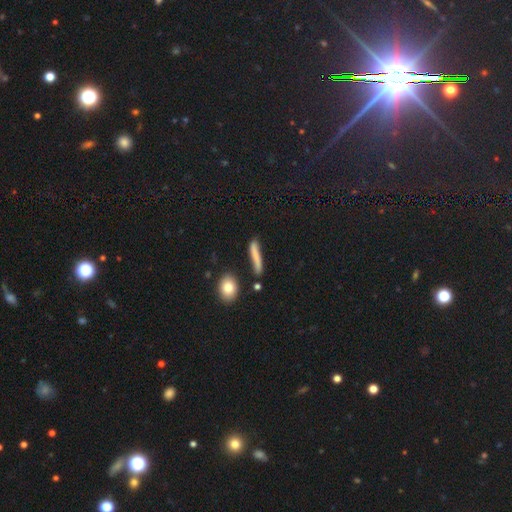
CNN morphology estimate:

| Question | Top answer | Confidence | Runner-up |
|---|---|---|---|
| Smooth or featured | smooth | 75% | featured or disk (18%) |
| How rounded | cigar-shaped | 89% | in between (8%) |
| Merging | none | 77% | minor disturbance (15%) |